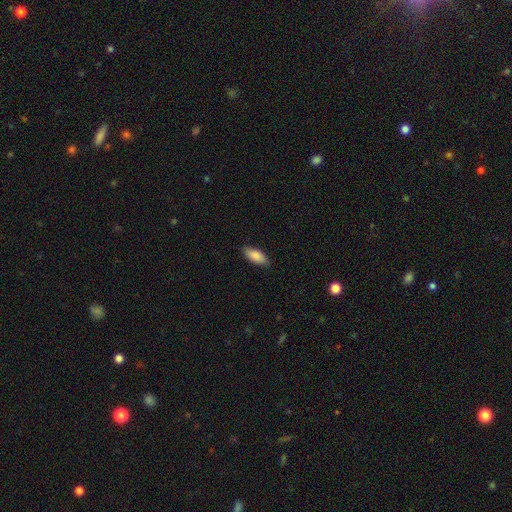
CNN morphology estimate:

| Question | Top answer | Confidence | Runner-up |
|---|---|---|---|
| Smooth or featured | smooth | 87% | featured or disk (7%) |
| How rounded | in between | 83% | cigar-shaped (16%) |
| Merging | none | 84% | minor disturbance (12%) |